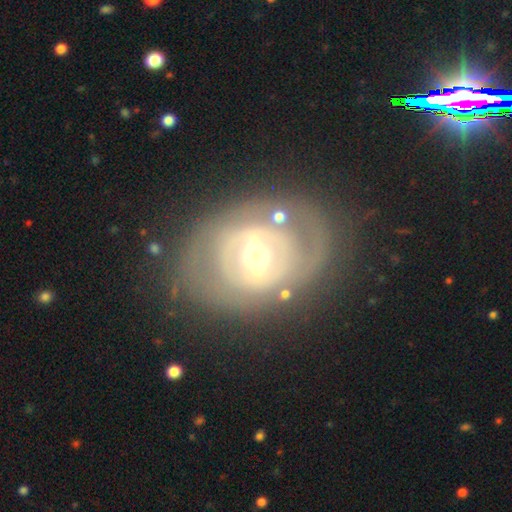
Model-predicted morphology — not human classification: smooth_or_featured: featured or disk (p=0.77) [alt: smooth p=0.17]
disk_edge_on: no (p=0.95) [alt: yes p=0.05]
bar: weak (p=0.40) [alt: strong p=0.33]
has_spiral_arms: yes (p=0.52) [alt: no p=0.48]
bulge_size: moderate (p=0.66) [alt: small p=0.18]
merging: none (p=0.71) [alt: minor disturbance p=0.17]